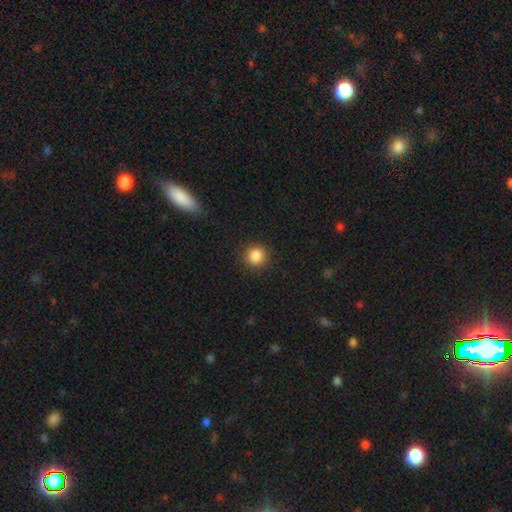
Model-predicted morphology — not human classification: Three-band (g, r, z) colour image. It shows a smooth galaxy with no disk features (86%) that is round (93%). Merging: none (91%).